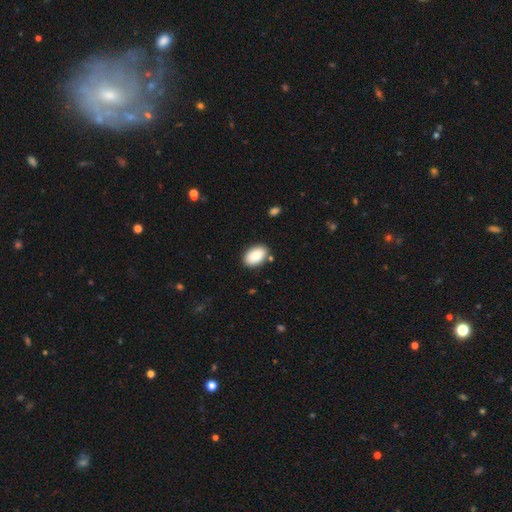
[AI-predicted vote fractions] smooth_or_featured: smooth (p=0.88) [alt: star or artifact p=0.07]
how_rounded: in between (p=0.92) [alt: round p=0.07]
merging: none (p=0.85) [alt: minor disturbance p=0.10]